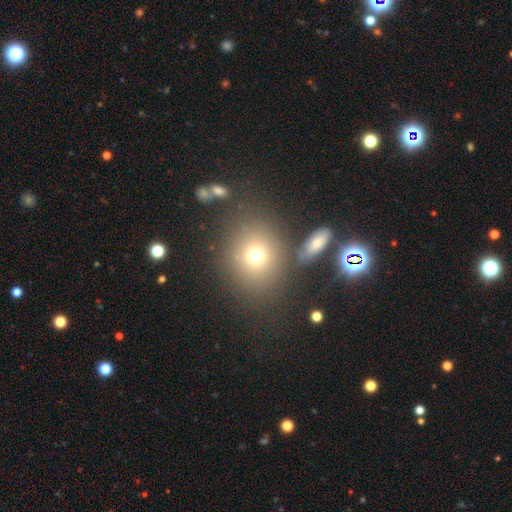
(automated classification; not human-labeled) A smooth galaxy with no disk features (72%) that is round (77%).

Vote fractions:
- Smooth or featured? smooth: 72% / star or artifact: 16% / featured or disk: 13%
- How rounded? round: 77% / in between: 22% / cigar-shaped: 1%
- Merging? none: 74% / minor disturbance: 11% / merger: 9% / major disturbance: 6%